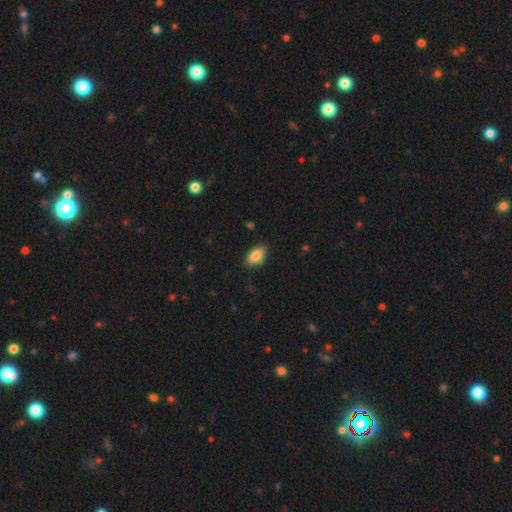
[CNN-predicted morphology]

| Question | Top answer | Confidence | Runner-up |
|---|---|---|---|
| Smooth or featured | smooth | 86% | star or artifact (8%) |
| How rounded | in between | 90% | round (8%) |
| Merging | none | 83% | minor disturbance (13%) |